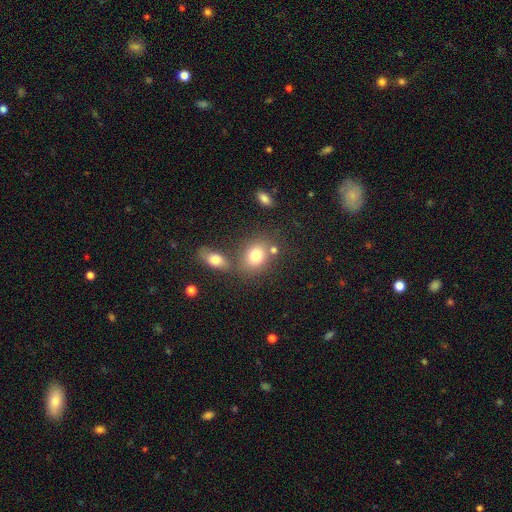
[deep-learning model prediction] Smooth or featured? smooth (78%)
How rounded? in between (53%)
Merging? none (60%)